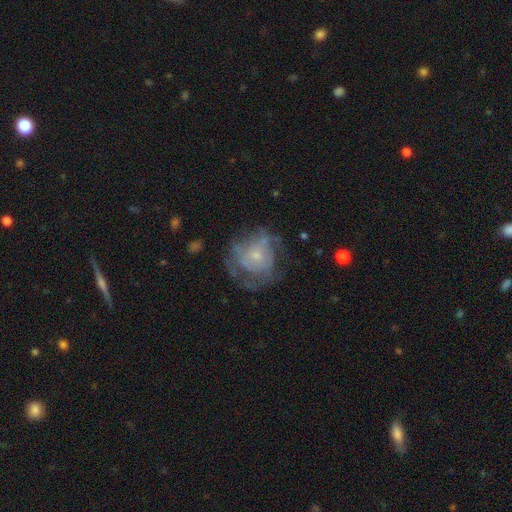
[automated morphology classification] Smooth or featured: featured or disk — 57% (smooth — 34%)
Edge-on disk: no — 98% (yes — 2%)
Bar: no — 84% (weak — 14%)
Spiral arms: yes — 50% (tied with no — 50%)
Bulge size: small — 67% (moderate — 24%)
Merging: none — 46% (major disturbance — 28%)